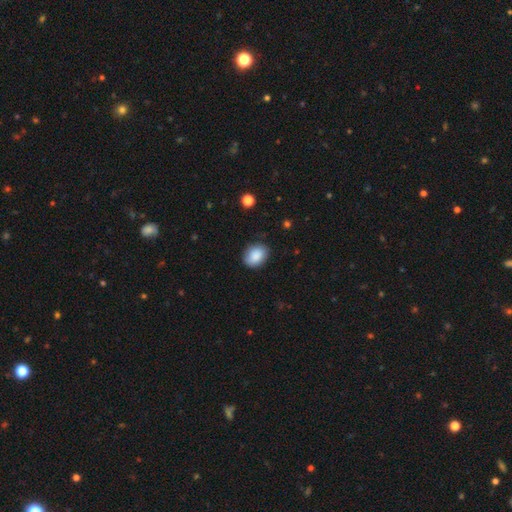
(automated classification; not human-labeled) Smooth or featured: smooth — 87% (star or artifact — 7%)
How rounded: in between — 56% (round — 43%)
Merging: none — 83% (minor disturbance — 13%)